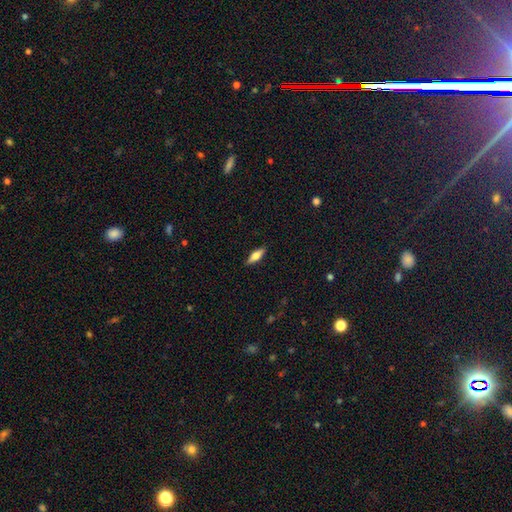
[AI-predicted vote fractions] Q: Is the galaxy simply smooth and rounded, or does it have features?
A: smooth — 60%.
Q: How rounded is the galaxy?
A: in between — 53%.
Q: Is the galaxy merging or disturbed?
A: none — 88%.